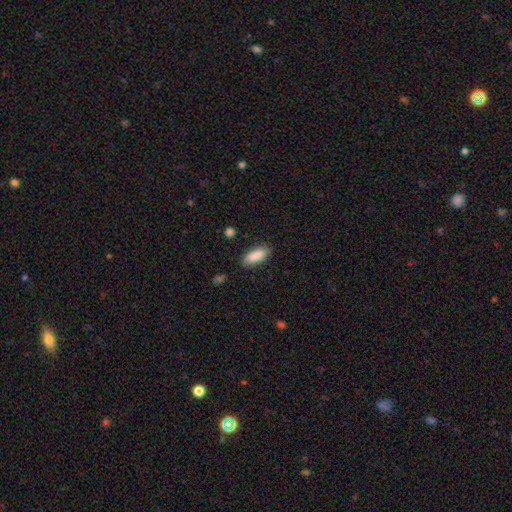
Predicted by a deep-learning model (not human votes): smooth 88%, star or artifact 6%, featured or disk 6%. Down the decision tree: how rounded — in between (74%); merging — none (86%).